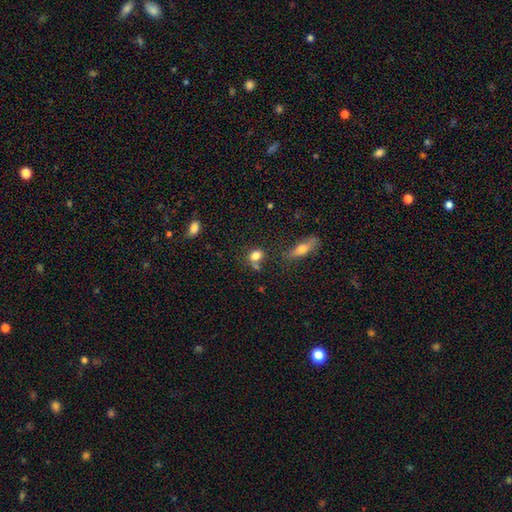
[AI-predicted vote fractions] Smooth or featured? smooth (80%)
How rounded? round (54%)
Merging? none (60%)